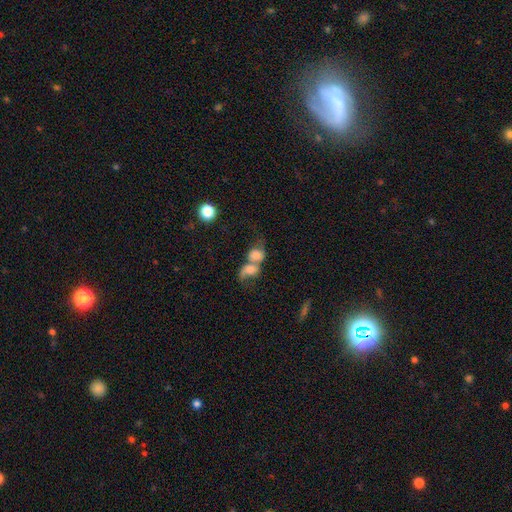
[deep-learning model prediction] Smooth or featured?
  - smooth: 61% *
  - featured or disk: 28%
  - star or artifact: 11%
How rounded?
  - round: 53% *
  - in between: 45%
  - cigar-shaped: 2%
Merging?
  - merger: 78% *
  - none: 10%
  - major disturbance: 8%
  - minor disturbance: 4%